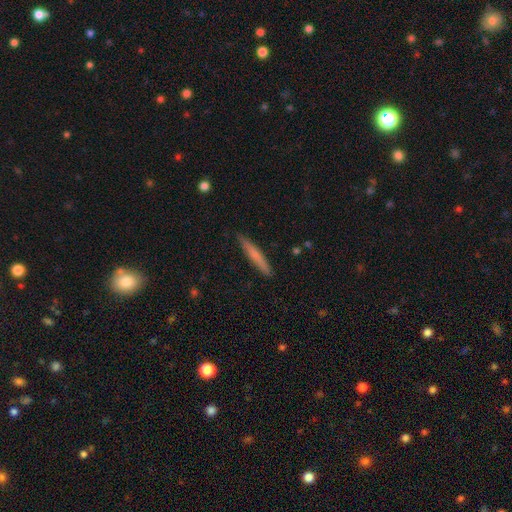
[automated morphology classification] Smooth or featured? smooth (64%)
How rounded? cigar-shaped (96%)
Merging? none (90%)